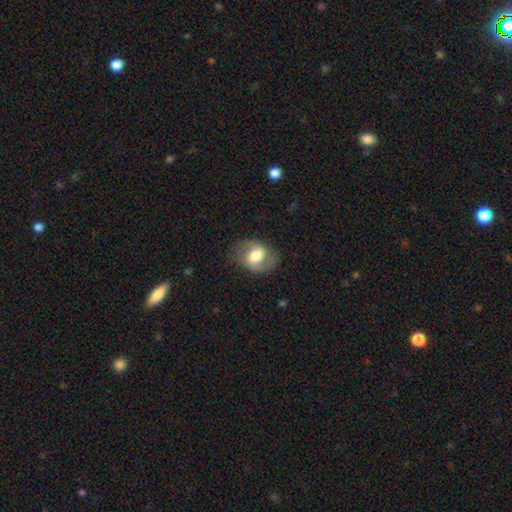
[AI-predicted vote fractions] A featured or disk galaxy (52%). Merging: none (76%).